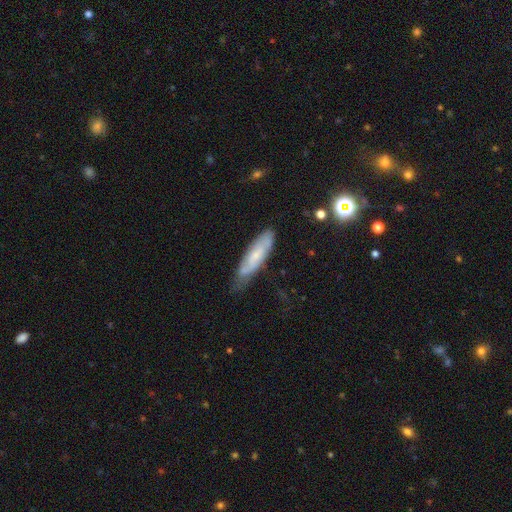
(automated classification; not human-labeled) The model was most divided on "smooth or featured": smooth: 46%, featured or disk: 45%, star or artifact: 8%. More confident: merging — none (57%).